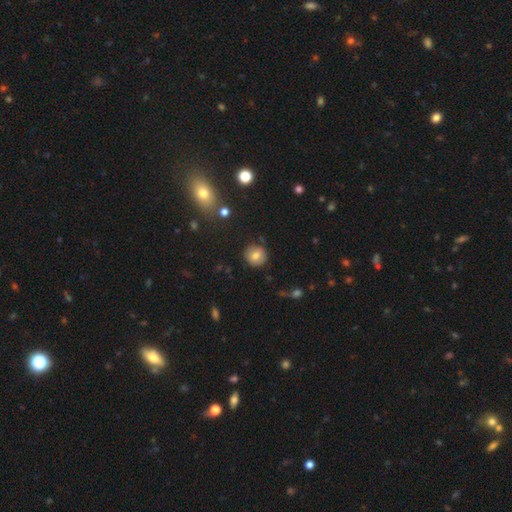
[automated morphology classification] smooth-or-featured: smooth: 77% | featured or disk: 12% | star or artifact: 11%
  how-rounded: round: 91% | in between: 8% | cigar-shaped: 1%
  merging: none: 86% | minor disturbance: 10% | major disturbance: 3% | merger: 2%